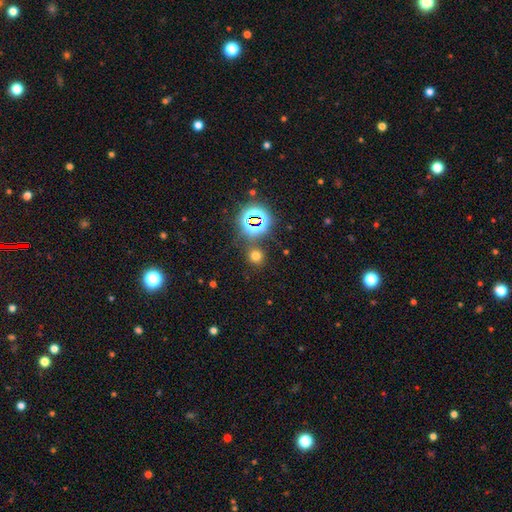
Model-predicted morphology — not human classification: The model was most divided on "smooth or featured": smooth: 64%, star or artifact: 30%, featured or disk: 7%. More confident: how rounded — round (89%); merging — none (83%).